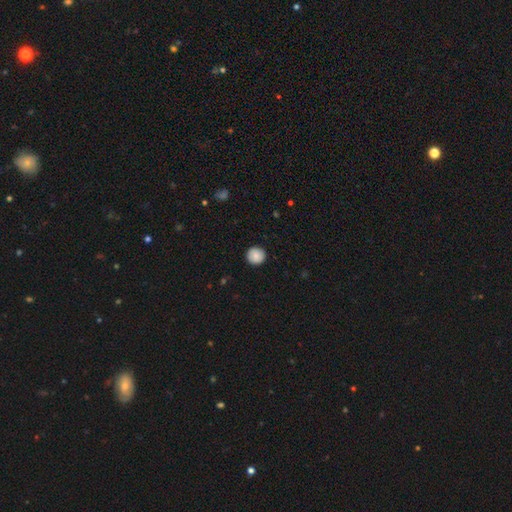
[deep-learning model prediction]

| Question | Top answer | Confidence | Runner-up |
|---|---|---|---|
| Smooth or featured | smooth | 87% | star or artifact (8%) |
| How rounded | round | 93% | in between (6%) |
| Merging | none | 91% | minor disturbance (7%) |